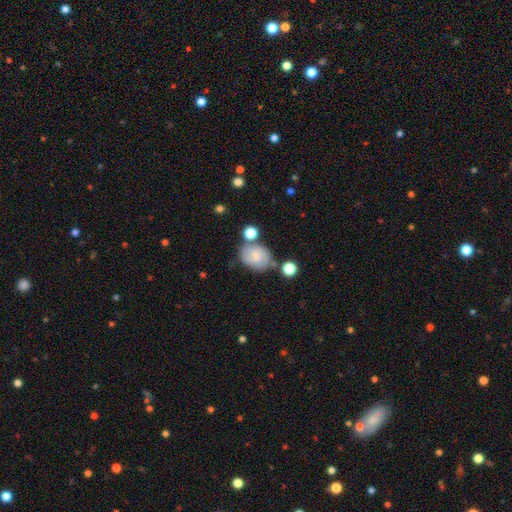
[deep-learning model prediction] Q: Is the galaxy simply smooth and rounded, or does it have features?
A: smooth — 57%.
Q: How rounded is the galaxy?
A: in between — 55%.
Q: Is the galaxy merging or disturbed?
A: none — 61%.